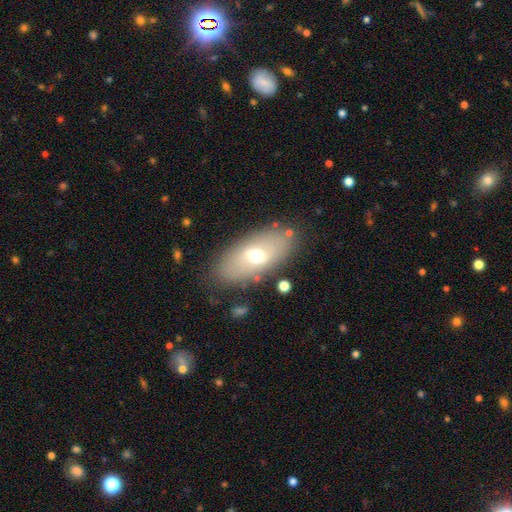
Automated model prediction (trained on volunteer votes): smooth_or_featured: smooth (p=0.57) [alt: featured or disk p=0.34]
how_rounded: in between (p=0.88) [alt: cigar-shaped p=0.08]
merging: none (p=0.82) [alt: minor disturbance p=0.12]